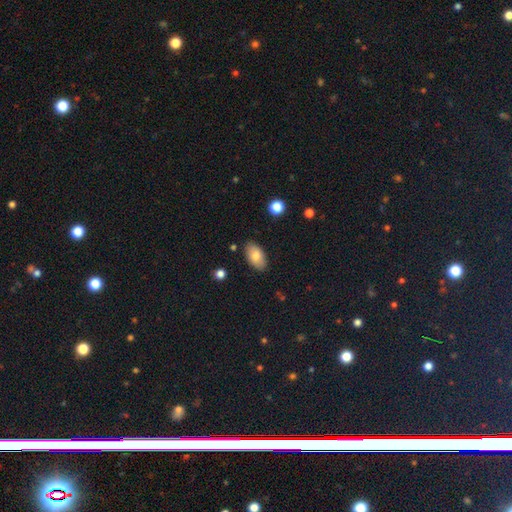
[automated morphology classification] A smooth galaxy with no disk features (79%) that is in between round and cigar-shaped (94%). Merging: none (86%).